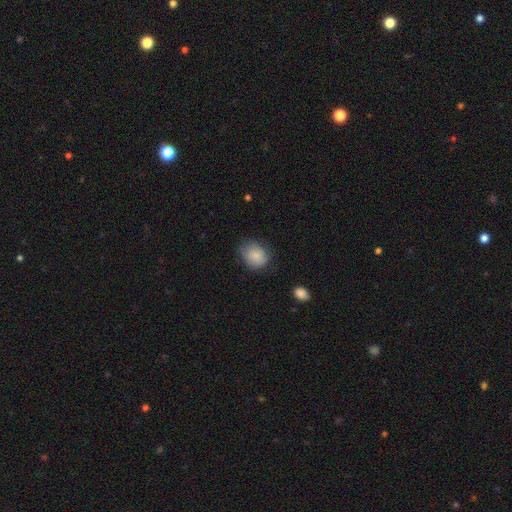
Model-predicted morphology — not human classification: Q: Smooth or featured?
A: smooth (85%); runner-up: star or artifact (8%)
Q: How rounded?
A: round (60%); runner-up: in between (39%)
Q: Merging?
A: none (66%); runner-up: minor disturbance (26%)